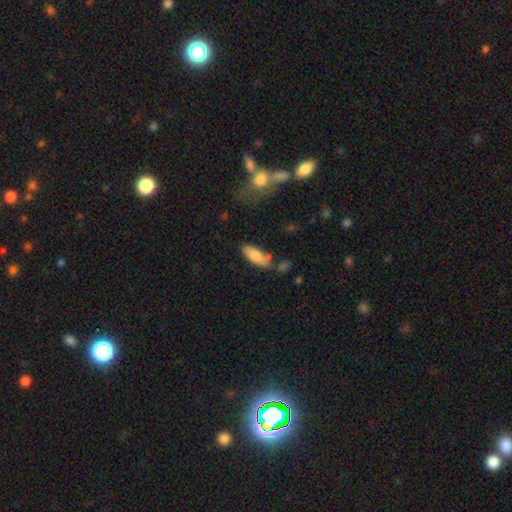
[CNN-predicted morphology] smooth-or-featured: smooth: 81% | featured or disk: 12% | star or artifact: 6%
  how-rounded: in between: 77% | cigar-shaped: 21% | round: 2%
  merging: none: 65% | minor disturbance: 19% | merger: 11% | major disturbance: 5%